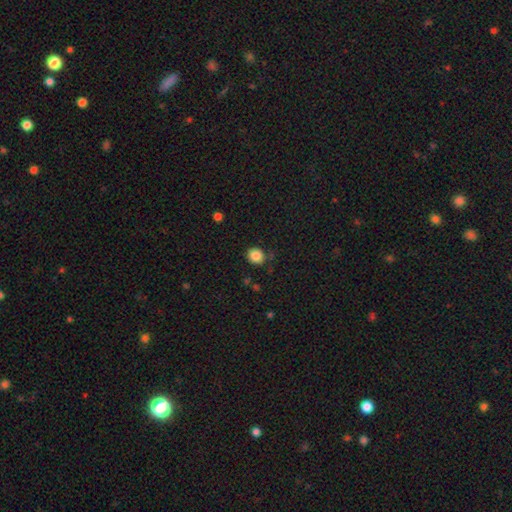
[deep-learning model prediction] Smooth or featured? smooth (86%)
How rounded? round (81%)
Merging? none (82%)